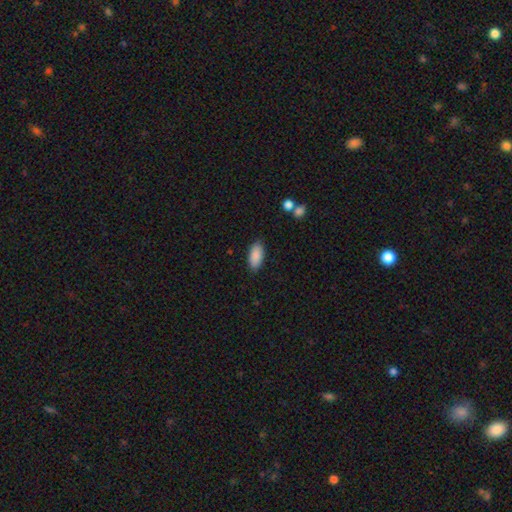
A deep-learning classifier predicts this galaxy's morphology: Smooth or featured? smooth (89%)
How rounded? in between (89%)
Merging? none (86%)